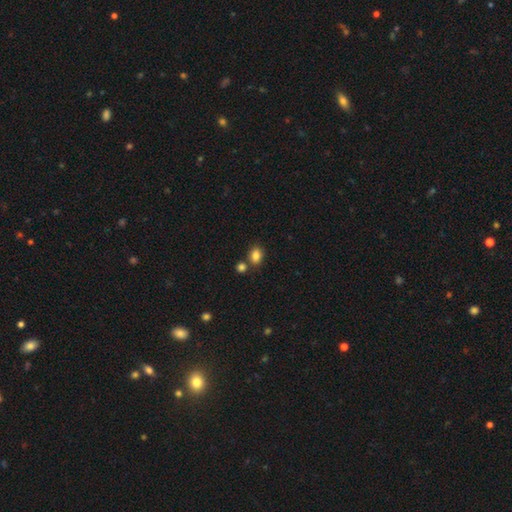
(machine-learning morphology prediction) Smooth or featured? Predicted: smooth (p=0.84). How rounded? Predicted: in between (p=0.61). Merging? Predicted: none (p=0.67).